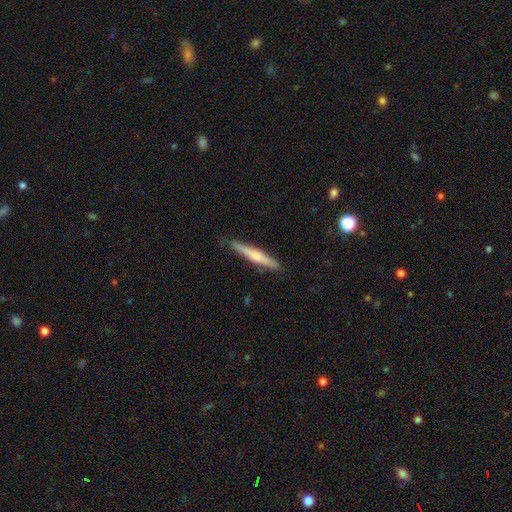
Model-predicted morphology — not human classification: Smooth or featured? Predicted: smooth (p=0.52). How rounded? Predicted: cigar-shaped (p=0.94). Merging? Predicted: none (p=0.85).